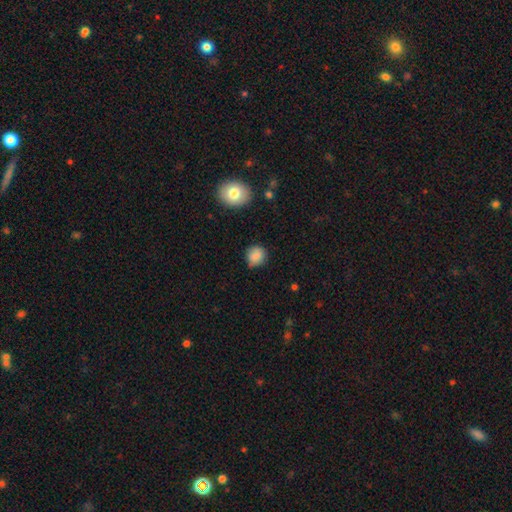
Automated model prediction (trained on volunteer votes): Smooth or featured?
  - smooth: 85% *
  - star or artifact: 9%
  - featured or disk: 6%
How rounded?
  - round: 86% *
  - in between: 13%
  - cigar-shaped: 1%
Merging?
  - none: 77% *
  - minor disturbance: 18%
  - major disturbance: 3%
  - merger: 2%